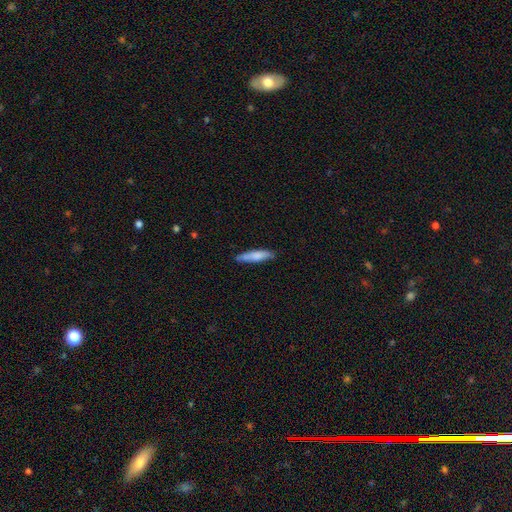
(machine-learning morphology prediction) smooth-or-featured: smooth: 77% | featured or disk: 18% | star or artifact: 6%
  how-rounded: cigar-shaped: 81% | in between: 18% | round: 1%
  merging: none: 80% | minor disturbance: 16% | major disturbance: 2% | merger: 2%